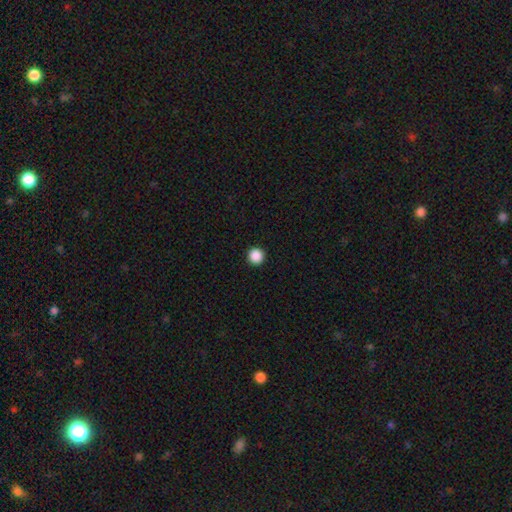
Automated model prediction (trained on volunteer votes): A smooth galaxy with no disk features (88%) that is round (97%).

Vote fractions:
- Smooth or featured? smooth: 88% / star or artifact: 10% / featured or disk: 2%
- How rounded? round: 97% / in between: 2% / cigar-shaped: 1%
- Merging? none: 94% / minor disturbance: 4% / major disturbance: 1% / merger: 1%